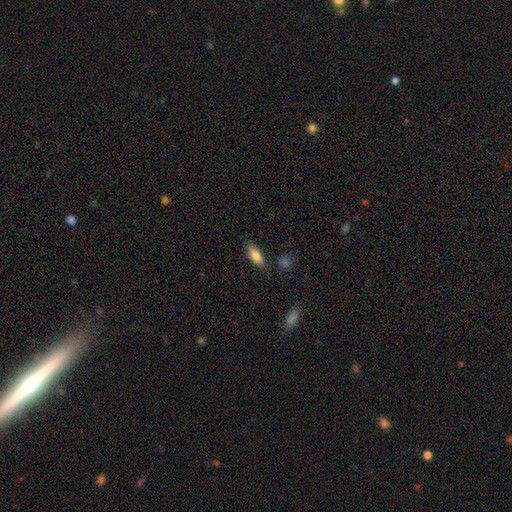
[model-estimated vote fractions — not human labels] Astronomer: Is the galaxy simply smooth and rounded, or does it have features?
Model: smooth — 77%.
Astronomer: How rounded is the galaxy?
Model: in between — 71%.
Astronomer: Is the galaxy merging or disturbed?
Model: none — 81%.